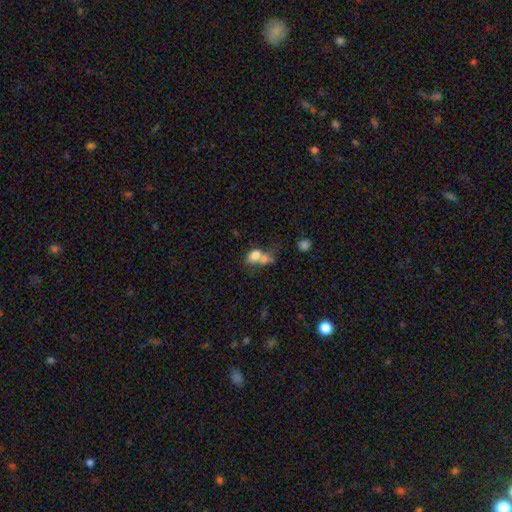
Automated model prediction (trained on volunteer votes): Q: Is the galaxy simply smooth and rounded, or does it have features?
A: smooth — 73%.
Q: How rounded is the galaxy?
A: in between — 71%.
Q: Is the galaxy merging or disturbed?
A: merger — 61%.